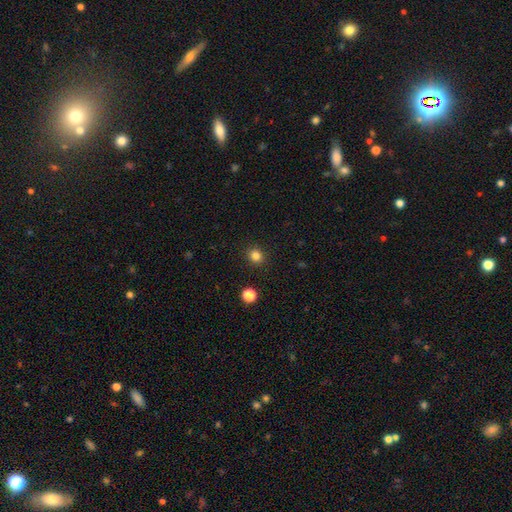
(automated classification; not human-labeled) Smooth or featured? Predicted: smooth (p=0.83). How rounded? Predicted: round (p=0.84). Merging? Predicted: none (p=0.91).